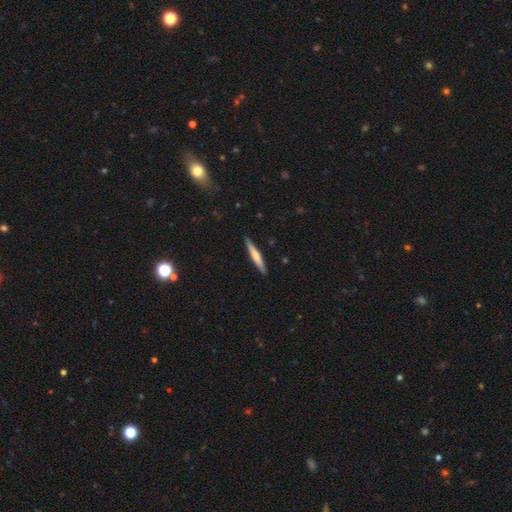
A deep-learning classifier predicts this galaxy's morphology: This is possibly a smooth galaxy (51%). How rounded: clearly cigar-shaped (94%). Merging: clearly none (90%).